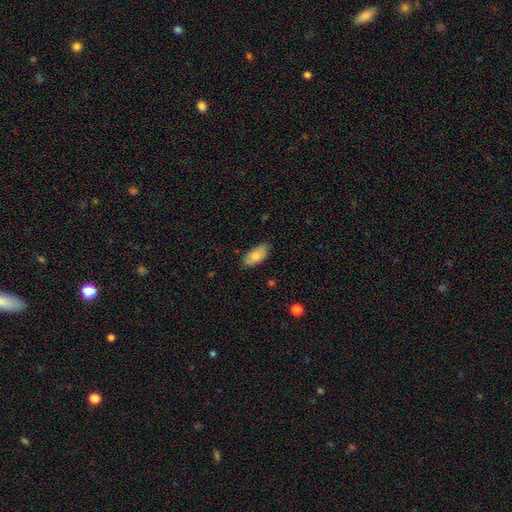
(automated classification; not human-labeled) Smooth or featured? smooth (77%)
How rounded? in between (92%)
Merging? none (80%)